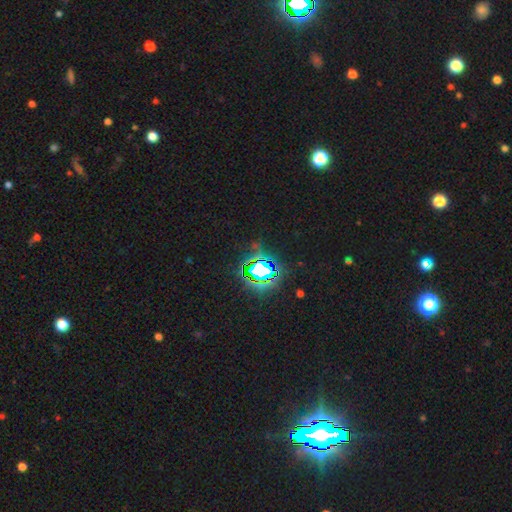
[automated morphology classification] Smooth or featured?
  - star or artifact: 83% *
  - smooth: 11%
  - featured or disk: 7%